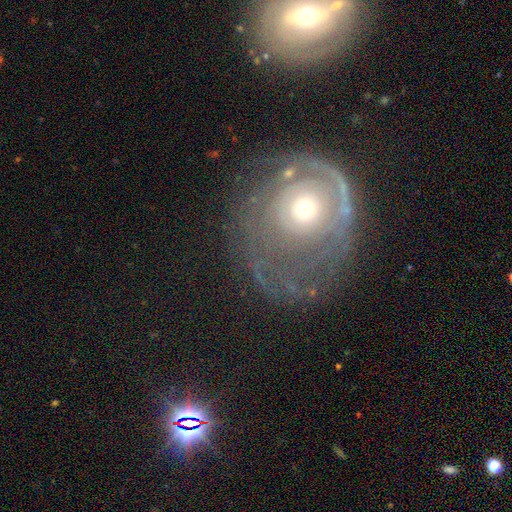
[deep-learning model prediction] Overall: featured or disk (67%). Edge-on disk: no (96%). Bar: no (86%). Spiral arms: yes (64%; no 36%). Bulge size: moderate (47%; small 46%). Merging: none (51%; major disturbance 25%).